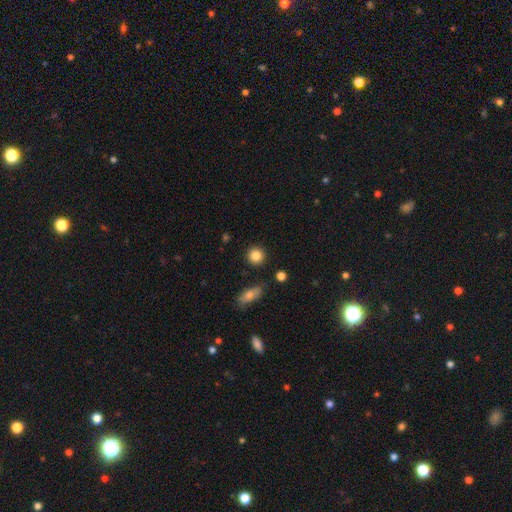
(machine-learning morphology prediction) Q: Smooth or featured?
A: smooth (84%); runner-up: star or artifact (9%)
Q: How rounded?
A: round (90%); runner-up: in between (8%)
Q: Merging?
A: none (89%); runner-up: minor disturbance (6%)